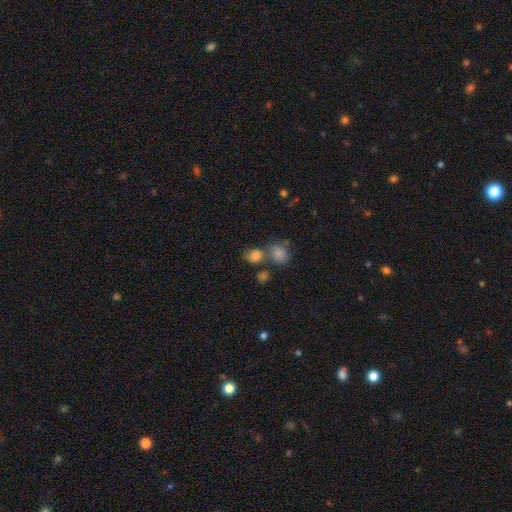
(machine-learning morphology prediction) smooth 80%, star or artifact 11%, featured or disk 9%. Down the decision tree: how rounded — round (61%); merging — none (43%).